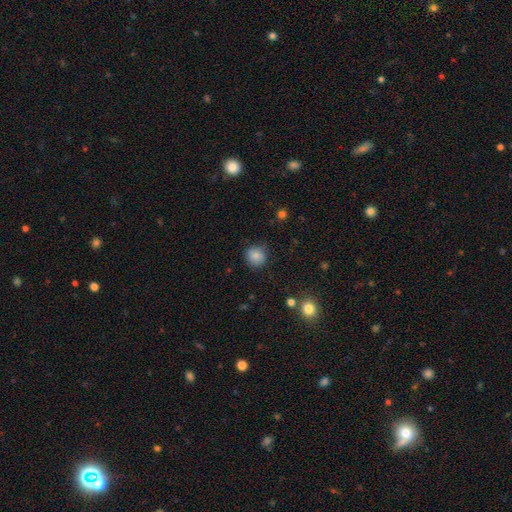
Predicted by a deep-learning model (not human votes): smooth 85%, star or artifact 10%, featured or disk 6%. Down the decision tree: how rounded — round (87%); merging — none (83%).